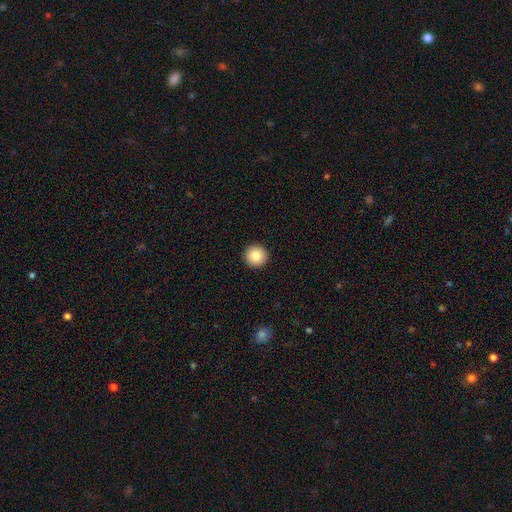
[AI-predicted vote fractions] Morphology: type=smooth (87%); roundness=round (96%); merging=none (94%).